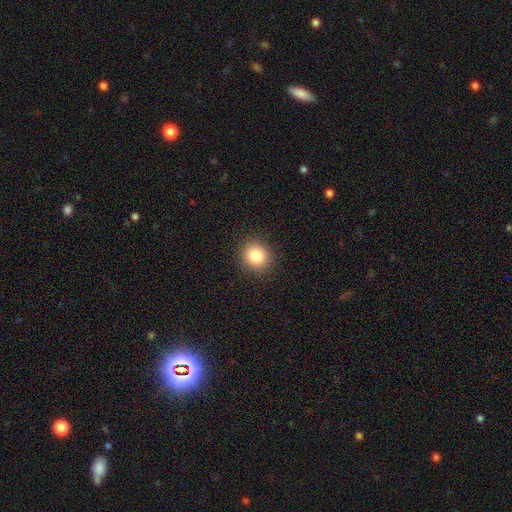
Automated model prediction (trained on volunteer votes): A smooth galaxy with no disk features (82%) that is round (85%).

Vote fractions:
- Smooth or featured? smooth: 82% / star or artifact: 11% / featured or disk: 7%
- How rounded? round: 85% / in between: 15% / cigar-shaped: 1%
- Merging? none: 91% / minor disturbance: 6% / major disturbance: 2% / merger: 1%